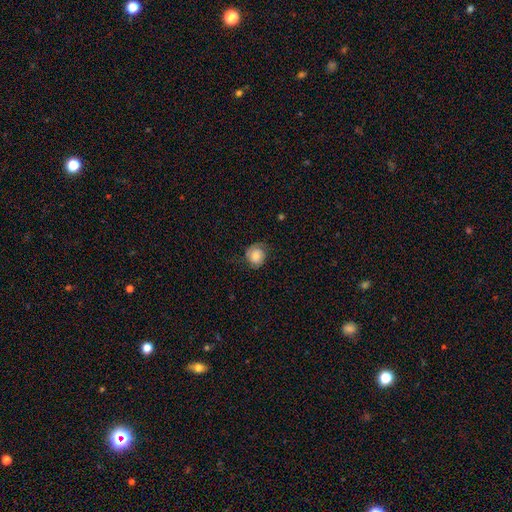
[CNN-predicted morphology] This appears to be a smooth galaxy with no disk features (63%) that is round (74%). Merging: none (60%).